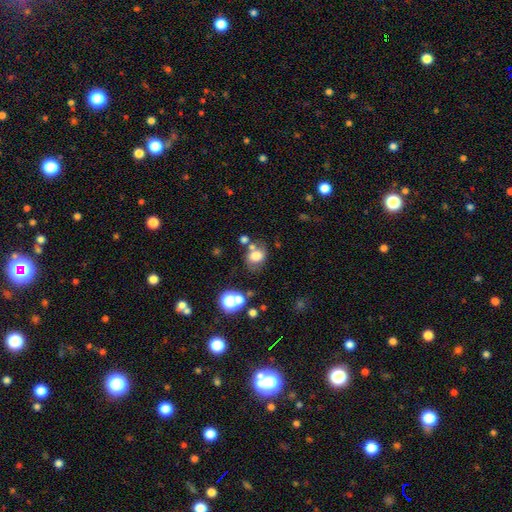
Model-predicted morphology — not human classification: This is likely a smooth galaxy (69%). How rounded: possibly round (53%). Merging: possibly none (54%).